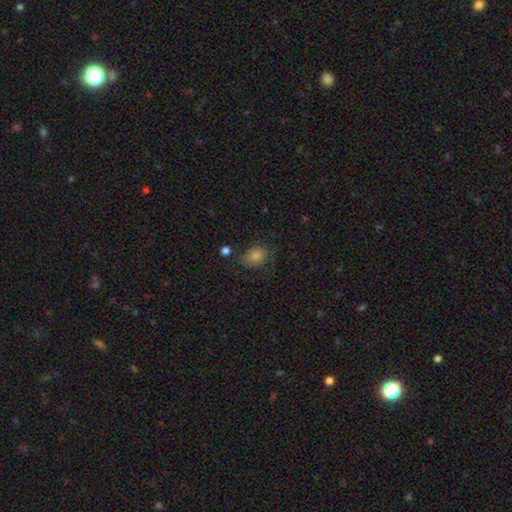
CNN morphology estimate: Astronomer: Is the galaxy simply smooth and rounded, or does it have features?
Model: smooth — 71%.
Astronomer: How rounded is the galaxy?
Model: in between — 57% (runner-up: round, 41%).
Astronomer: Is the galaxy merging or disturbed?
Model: none — 67%.